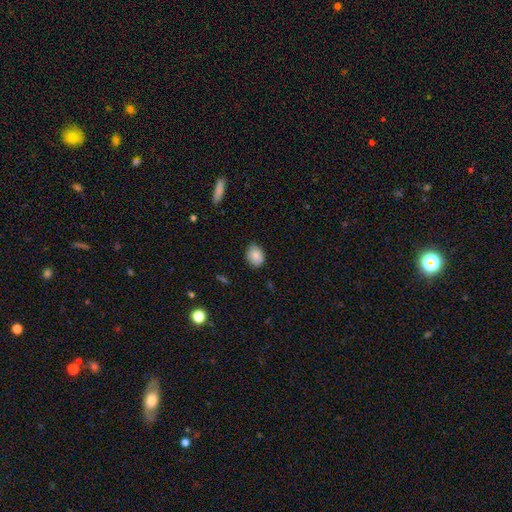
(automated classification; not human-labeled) A smooth galaxy with no disk features (84%) that is in between round and cigar-shaped (58%).

Vote fractions:
- Smooth or featured? smooth: 84% / featured or disk: 8% / star or artifact: 8%
- How rounded? in between: 58% / round: 41% / cigar-shaped: 1%
- Merging? none: 82% / minor disturbance: 14% / major disturbance: 2% / merger: 1%